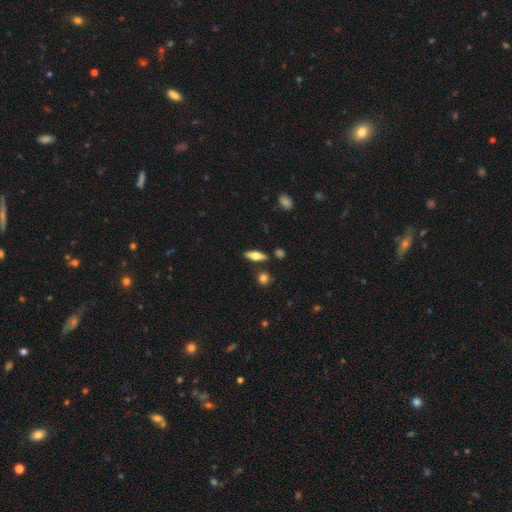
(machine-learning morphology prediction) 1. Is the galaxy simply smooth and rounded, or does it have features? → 52% smooth, 41% featured or disk, 7% star or artifact.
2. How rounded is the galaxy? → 55% in between, 42% cigar-shaped, 4% round.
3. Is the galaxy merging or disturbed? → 84% none, 9% minor disturbance, 4% merger, 2% major disturbance.